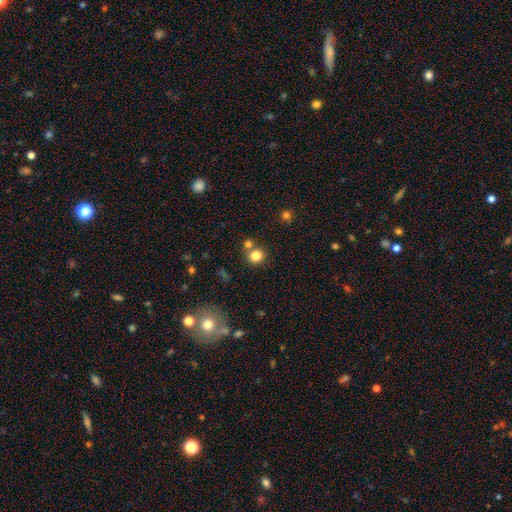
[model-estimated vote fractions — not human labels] smooth_or_featured: smooth (p=0.81) [alt: star or artifact p=0.12]
how_rounded: round (p=0.89) [alt: in between p=0.11]
merging: none (p=0.70) [alt: merger p=0.19]